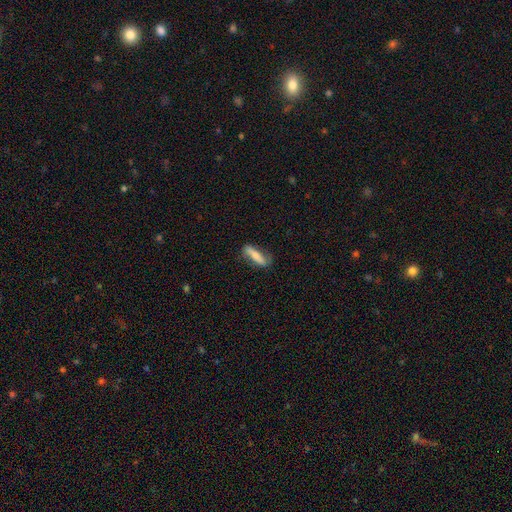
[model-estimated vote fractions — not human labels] smooth 61%, featured or disk 32%, star or artifact 7%. Down the decision tree: how rounded — cigar-shaped (65%); merging — none (74%).